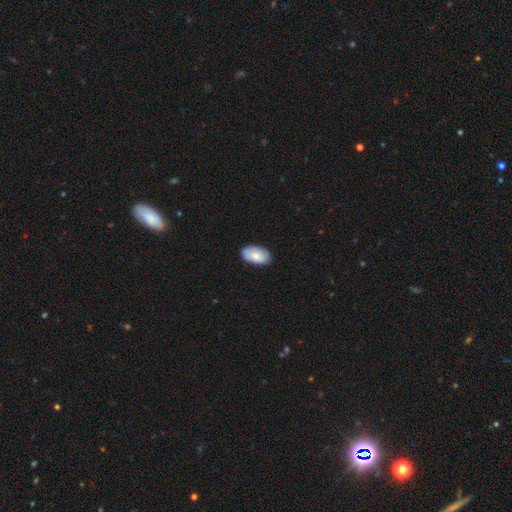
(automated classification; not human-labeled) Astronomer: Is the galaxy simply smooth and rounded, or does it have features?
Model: smooth — 80%.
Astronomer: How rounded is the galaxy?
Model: in between — 95%.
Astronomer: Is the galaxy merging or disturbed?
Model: none — 82%.